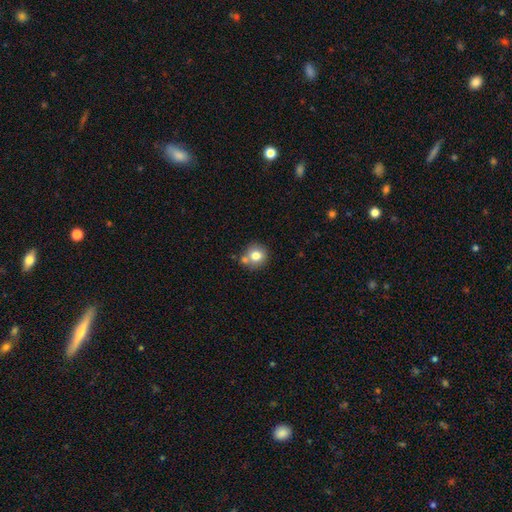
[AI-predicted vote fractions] smooth_or_featured: smooth (p=0.78) [alt: featured or disk p=0.12]
how_rounded: round (p=0.89) [alt: in between p=0.11]
merging: none (p=0.64) [alt: merger p=0.21]